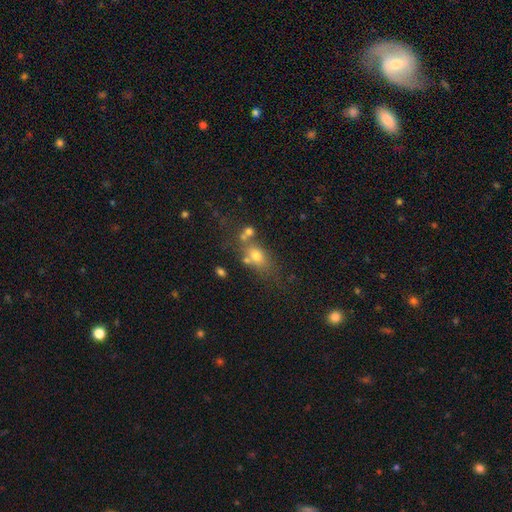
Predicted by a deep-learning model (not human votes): A smooth galaxy with no disk features (67%) that is in between round and cigar-shaped (65%). Merging: none (45%).